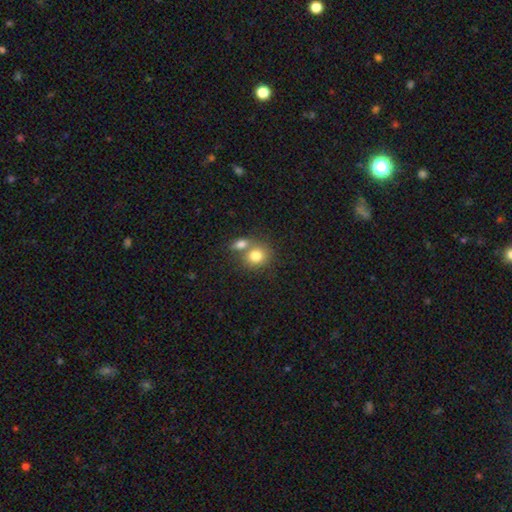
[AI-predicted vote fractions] Overall: smooth (80%). How rounded: round (72%). Merging: merger (47%; none 41%).